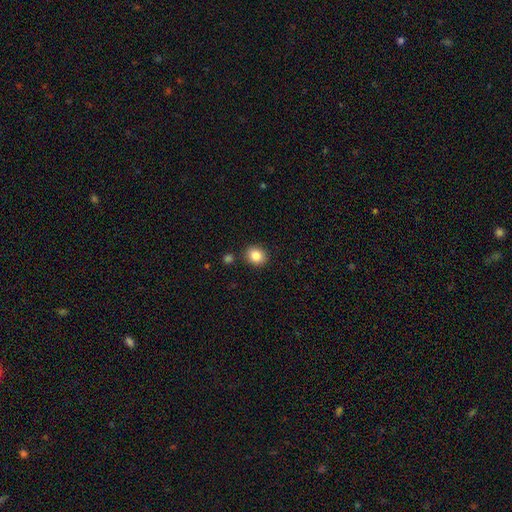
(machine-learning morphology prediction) smooth 85%, star or artifact 9%, featured or disk 5%. Down the decision tree: how rounded — round (70%); merging — none (86%).